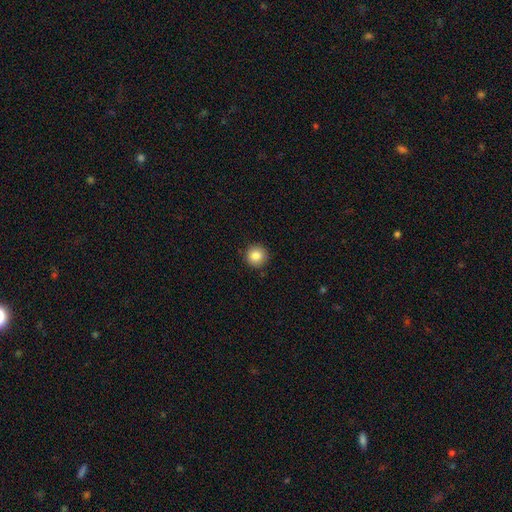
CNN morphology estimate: The model was most divided on "smooth or featured": smooth: 86%, star or artifact: 9%, featured or disk: 5%. More confident: how rounded — round (94%); merging — none (91%).